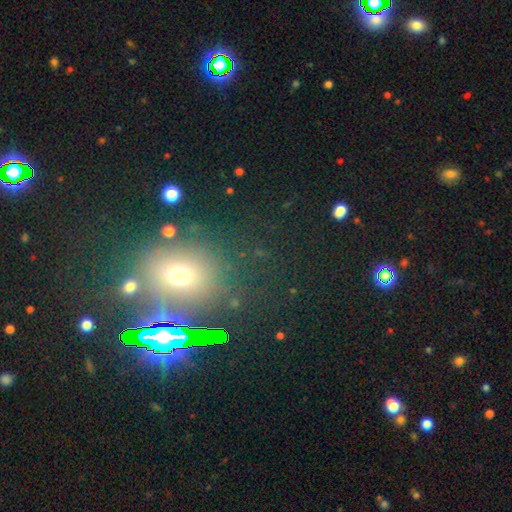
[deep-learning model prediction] Morphology: type=star or artifact (49%).